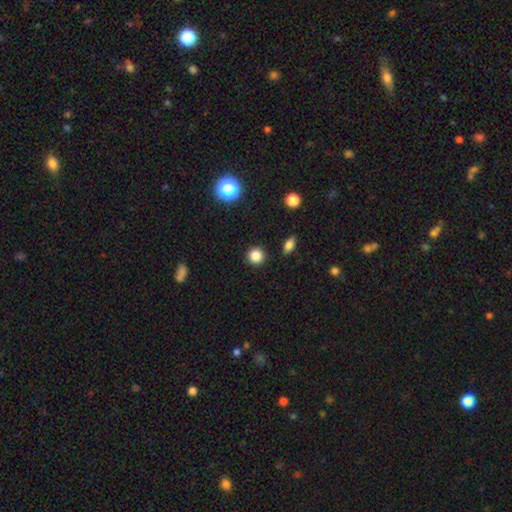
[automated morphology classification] smooth 85%, star or artifact 11%, featured or disk 4%. Down the decision tree: how rounded — round (92%); merging — none (91%).